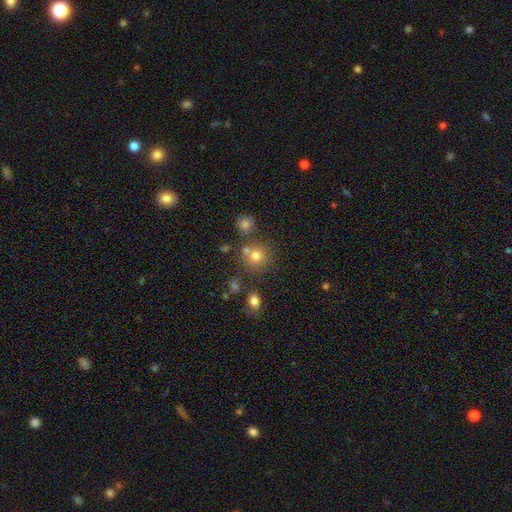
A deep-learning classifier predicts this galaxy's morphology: Smooth or featured? Predicted: smooth (p=0.74). How rounded? Predicted: round (p=0.90). Merging? Predicted: none (p=0.69).